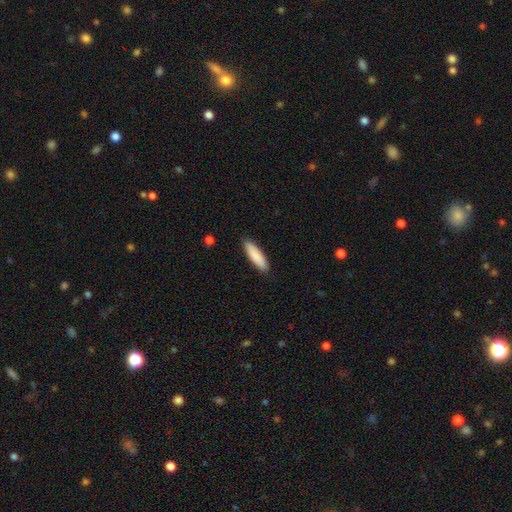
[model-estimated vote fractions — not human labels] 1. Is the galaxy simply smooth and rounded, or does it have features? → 88% smooth, 7% featured or disk, 5% star or artifact.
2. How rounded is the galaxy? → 65% cigar-shaped, 34% in between, 1% round.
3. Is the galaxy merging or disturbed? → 89% none, 8% minor disturbance, 2% major disturbance, 1% merger.